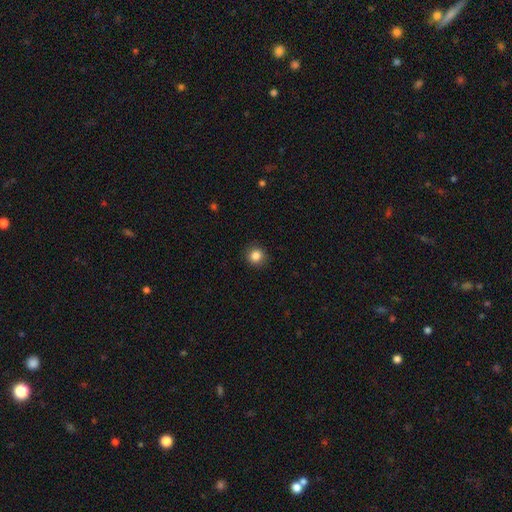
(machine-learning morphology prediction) Smooth or featured?
  - smooth: 85% *
  - star or artifact: 11%
  - featured or disk: 4%
How rounded?
  - round: 90% *
  - in between: 9%
  - cigar-shaped: 1%
Merging?
  - none: 90% *
  - minor disturbance: 7%
  - major disturbance: 2%
  - merger: 1%